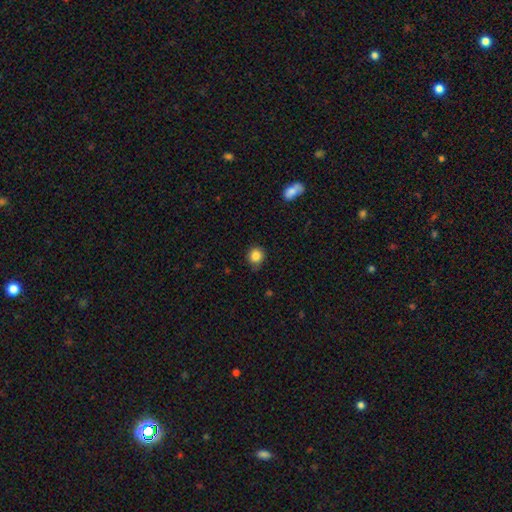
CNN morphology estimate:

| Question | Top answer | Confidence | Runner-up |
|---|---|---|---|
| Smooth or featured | smooth | 86% | star or artifact (10%) |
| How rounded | round | 85% | in between (14%) |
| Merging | none | 79% | minor disturbance (17%) |